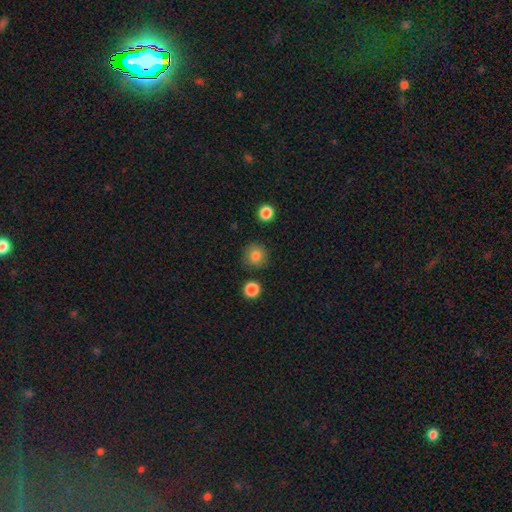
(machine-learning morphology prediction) Q: Smooth or featured?
A: smooth (84%); runner-up: star or artifact (11%)
Q: How rounded?
A: round (91%); runner-up: in between (8%)
Q: Merging?
A: none (86%); runner-up: minor disturbance (9%)